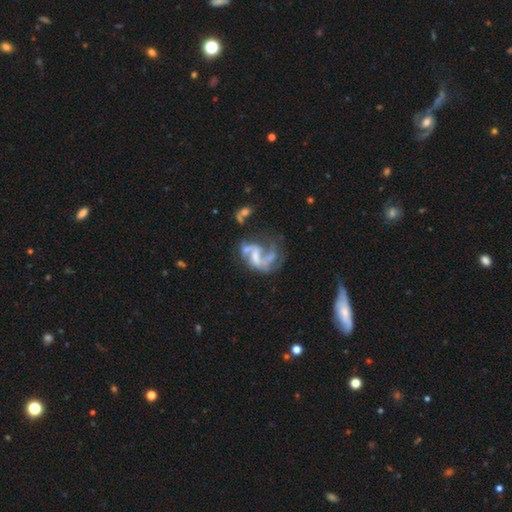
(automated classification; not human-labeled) This appears to be a featured or disk galaxy (74%) with no bar (42%), 2 (57%) loose (60%) spiral arms (70%) and no central bulge (45%). Merging: major disturbance (39%).